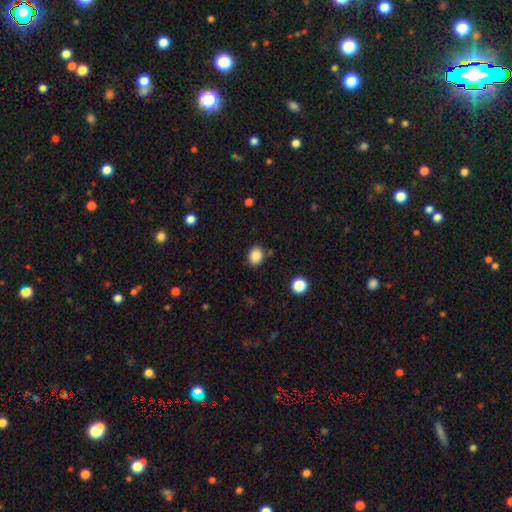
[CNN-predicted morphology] This appears to be a smooth galaxy with no disk features (86%) that is round (52%). Merging: none (83%).